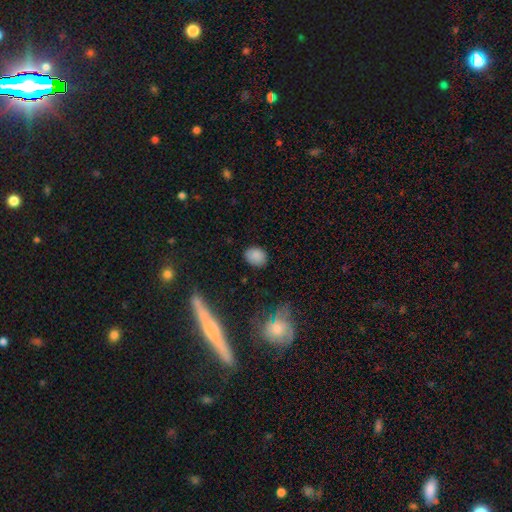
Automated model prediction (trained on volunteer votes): The model was most divided on "how rounded": in between: 60%, round: 38%, cigar-shaped: 1%. More confident: smooth or featured — smooth (84%); merging — none (82%).